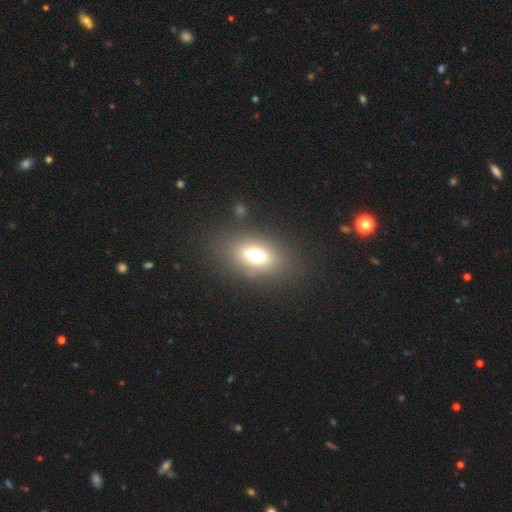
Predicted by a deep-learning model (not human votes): smooth_or_featured: smooth (p=0.63) [alt: featured or disk p=0.23]
how_rounded: in between (p=0.78) [alt: round p=0.17]
merging: none (p=0.81) [alt: minor disturbance p=0.10]